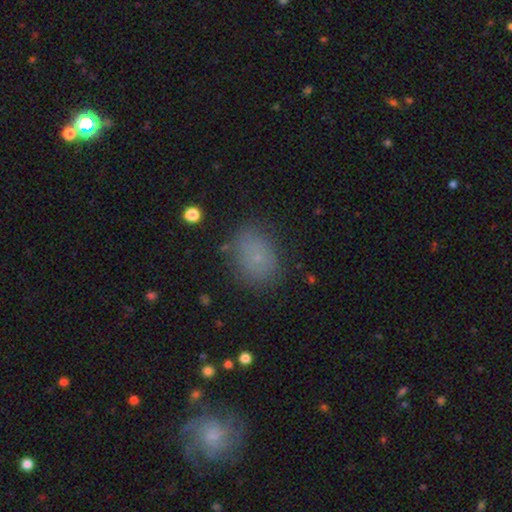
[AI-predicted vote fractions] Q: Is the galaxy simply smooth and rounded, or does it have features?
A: smooth — 75%.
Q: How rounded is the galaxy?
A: in between — 62%.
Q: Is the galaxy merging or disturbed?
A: none — 78%.